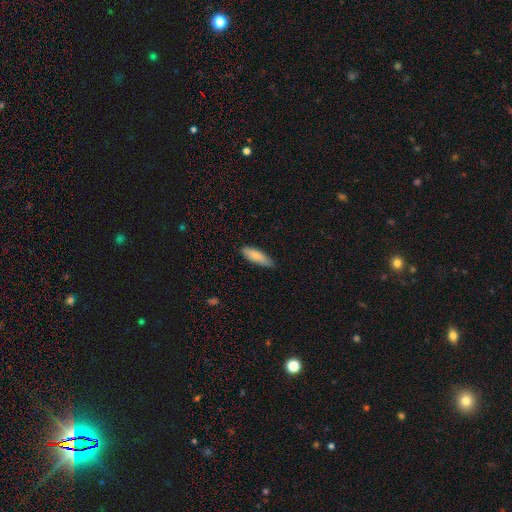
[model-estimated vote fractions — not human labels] Smooth or featured? smooth (79%)
How rounded? in between (53%)
Merging? none (79%)